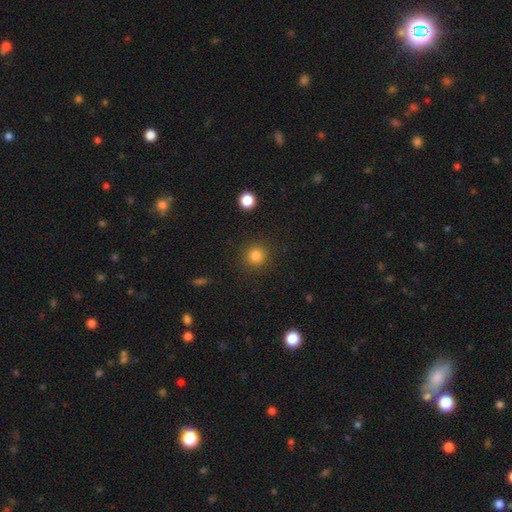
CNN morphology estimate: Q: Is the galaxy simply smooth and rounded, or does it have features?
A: smooth — 82%.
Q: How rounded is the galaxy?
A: round — 94%.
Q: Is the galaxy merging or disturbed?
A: none — 90%.